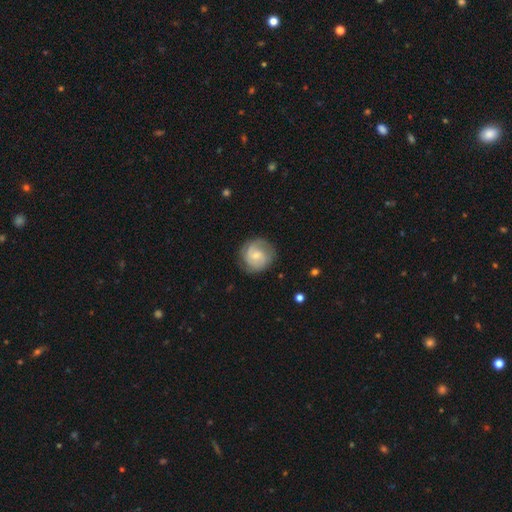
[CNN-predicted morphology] A featured or disk galaxy (62%) with no bar (56%), 2 (61%) tight (47%) spiral arms (89%) and a small central bulge (57%).

Vote fractions:
- Smooth or featured? featured or disk: 62% / smooth: 32% / star or artifact: 6%
- Edge-on disk? no: 98% / yes: 2%
- Bar? no: 56% / weak: 38% / strong: 6%
- Spiral arms? yes: 89% / no: 11%
- Spiral winding? tight: 47% / medium: 39% / loose: 14%
- Spiral arm count? 2: 61% / can't tell: 20% / 3: 9% / 1: 6% / 4: 2% / more than 4: 2%
- Bulge size? small: 57% / moderate: 36% / none: 4% / large: 2% / dominant: 1%
- Merging? none: 77% / minor disturbance: 16% / major disturbance: 6% / merger: 1%